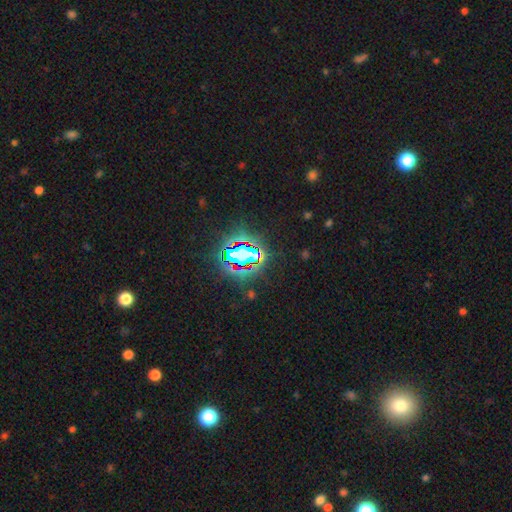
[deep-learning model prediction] This appears to be a star or artifact, not a galaxy (72%).